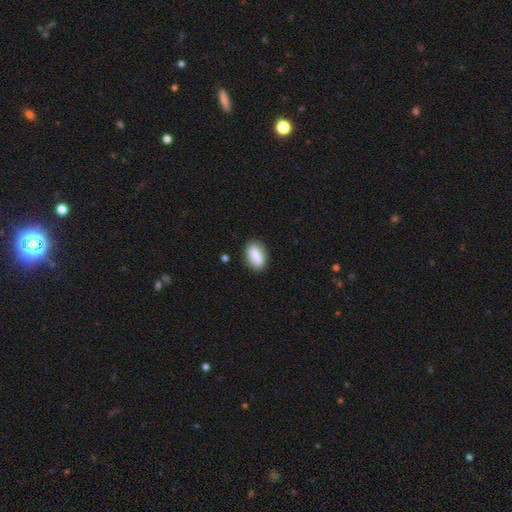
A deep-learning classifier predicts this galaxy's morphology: Smooth or featured? smooth (85%)
How rounded? in between (89%)
Merging? none (83%)